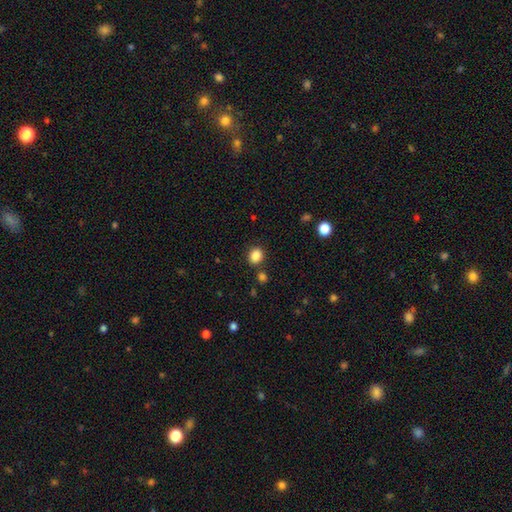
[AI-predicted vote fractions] Smooth or featured?
  - smooth: 86% *
  - star or artifact: 10%
  - featured or disk: 4%
How rounded?
  - round: 60% *
  - in between: 39%
  - cigar-shaped: 1%
Merging?
  - none: 82% *
  - minor disturbance: 9%
  - merger: 6%
  - major disturbance: 3%